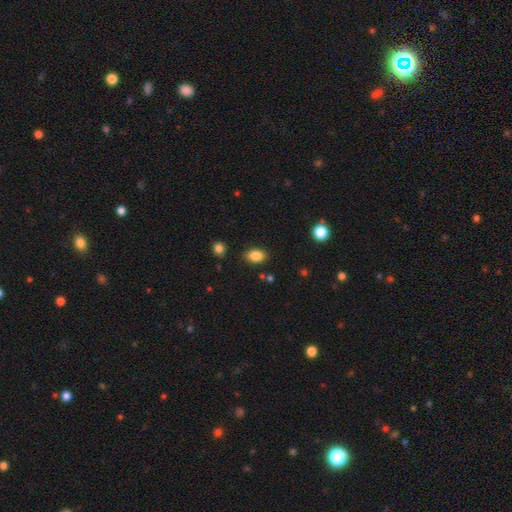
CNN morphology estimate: Smooth or featured: smooth — 86% (star or artifact — 9%)
How rounded: in between — 85% (round — 14%)
Merging: none — 84% (minor disturbance — 11%)